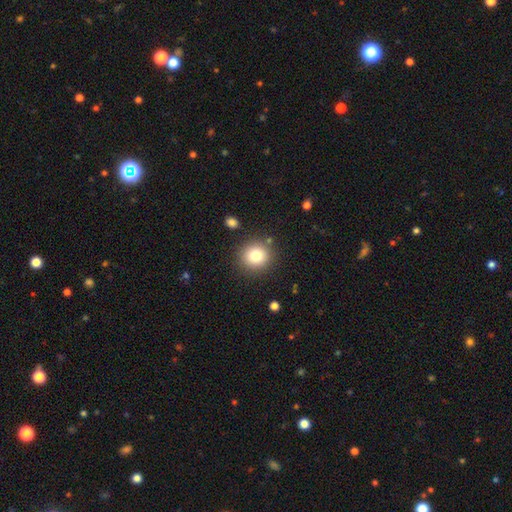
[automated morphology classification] The model was most divided on "smooth or featured": smooth: 80%, star or artifact: 12%, featured or disk: 9%. More confident: how rounded — round (91%); merging — none (86%).